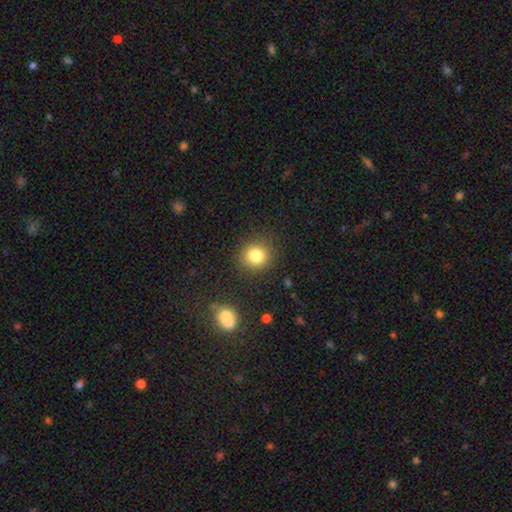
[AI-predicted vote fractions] This is clearly a smooth galaxy (81%). How rounded: clearly round (86%). Merging: clearly none (87%).